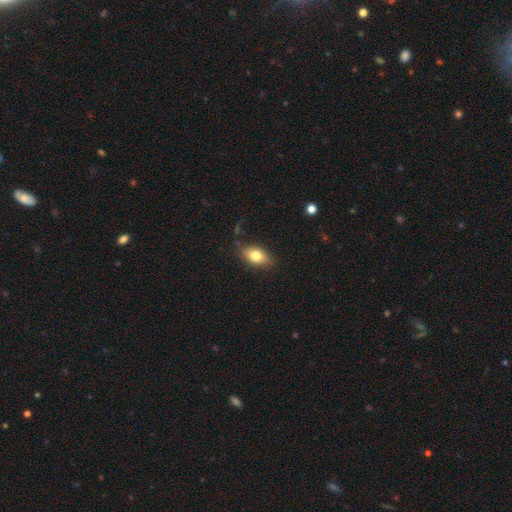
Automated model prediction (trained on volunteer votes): Smooth or featured? Predicted: smooth (p=0.79). How rounded? Predicted: in between (p=0.86). Merging? Predicted: none (p=0.83).